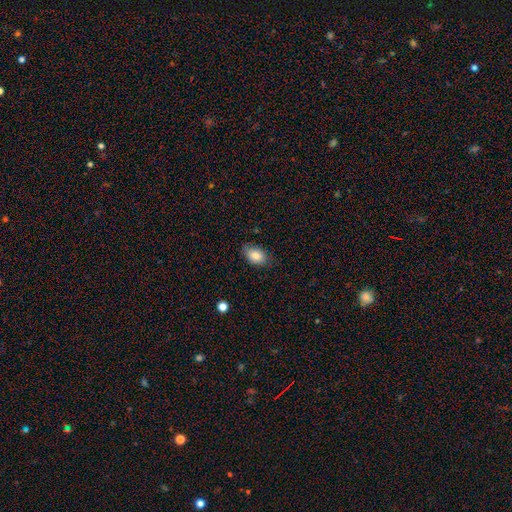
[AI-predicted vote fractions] Q: Smooth or featured?
A: smooth (84%); runner-up: featured or disk (8%)
Q: How rounded?
A: in between (86%); runner-up: round (13%)
Q: Merging?
A: none (74%); runner-up: minor disturbance (21%)